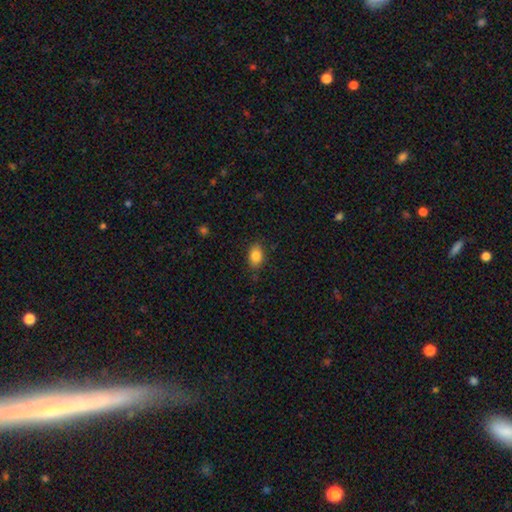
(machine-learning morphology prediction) Smooth or featured?
  - smooth: 84% *
  - star or artifact: 9%
  - featured or disk: 7%
How rounded?
  - in between: 81% *
  - round: 17%
  - cigar-shaped: 2%
Merging?
  - none: 82% *
  - minor disturbance: 14%
  - major disturbance: 3%
  - merger: 1%